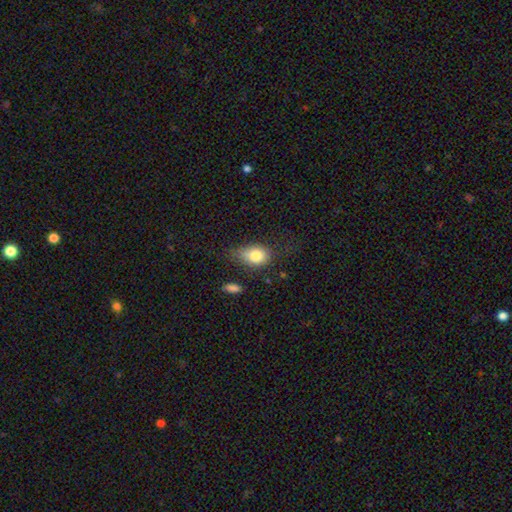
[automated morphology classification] The model was most divided on "merging": none: 47%, minor disturbance: 33%, major disturbance: 16%, merger: 4%. More confident: smooth or featured — smooth (80%); how rounded — in between (76%).